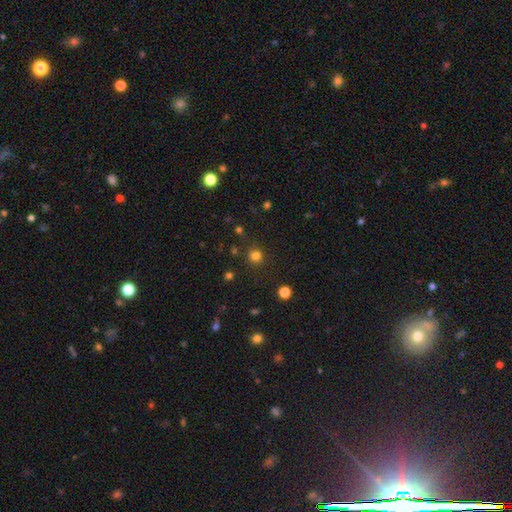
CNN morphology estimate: Q: Smooth or featured?
A: smooth (78%); runner-up: star or artifact (17%)
Q: How rounded?
A: round (89%); runner-up: in between (10%)
Q: Merging?
A: none (82%); runner-up: minor disturbance (9%)